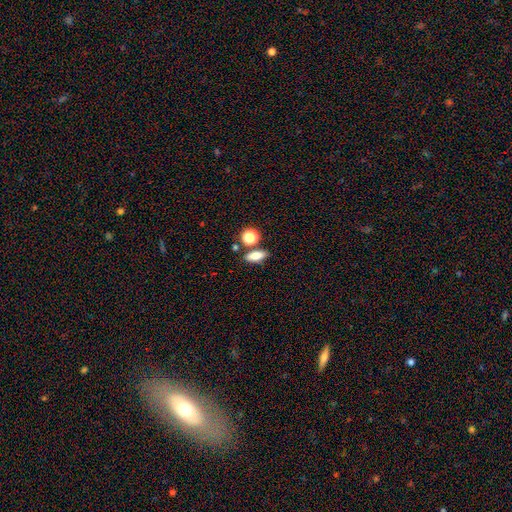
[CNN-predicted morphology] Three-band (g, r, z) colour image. It shows a smooth galaxy with no disk features (75%) that is in between round and cigar-shaped (68%). Merging: none (74%).